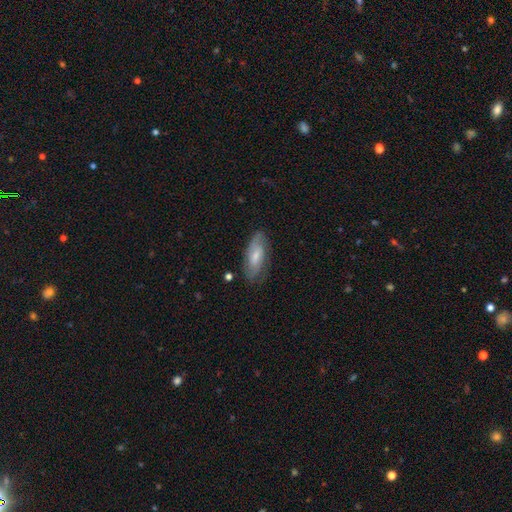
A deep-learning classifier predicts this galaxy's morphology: Smooth or featured? Predicted: smooth (p=0.47, tied with featured or disk). Merging? Predicted: none (p=0.73).